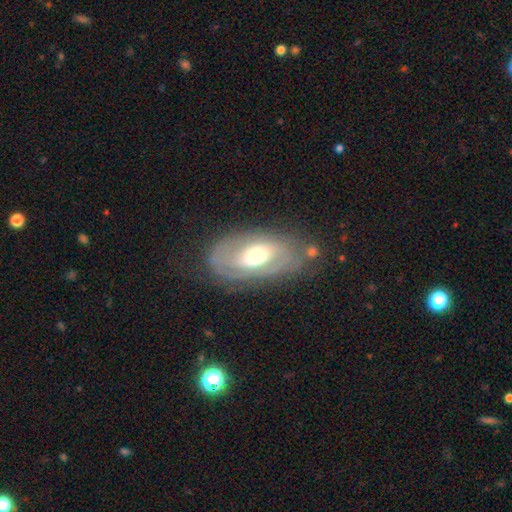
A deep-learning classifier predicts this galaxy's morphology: smooth_or_featured: featured or disk (p=0.73) [alt: smooth p=0.21]
disk_edge_on: no (p=0.92) [alt: yes p=0.08]
bar: no (p=0.45) [alt: weak p=0.38]
has_spiral_arms: yes (p=0.80) [alt: no p=0.20]
spiral_winding: tight (p=0.44) [alt: medium p=0.38]
spiral_arm_count: 2 (p=0.65) [alt: can't tell p=0.21]
bulge_size: moderate (p=0.67) [alt: large p=0.19]
merging: none (p=0.70) [alt: minor disturbance p=0.19]